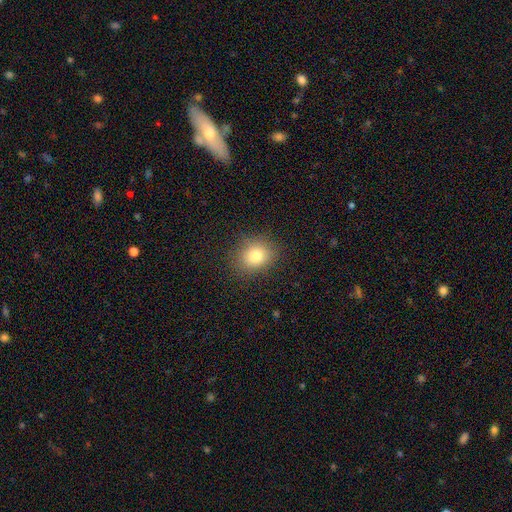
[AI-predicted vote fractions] Morphology: type=smooth (79%); roundness=round (64%); merging=none (87%).